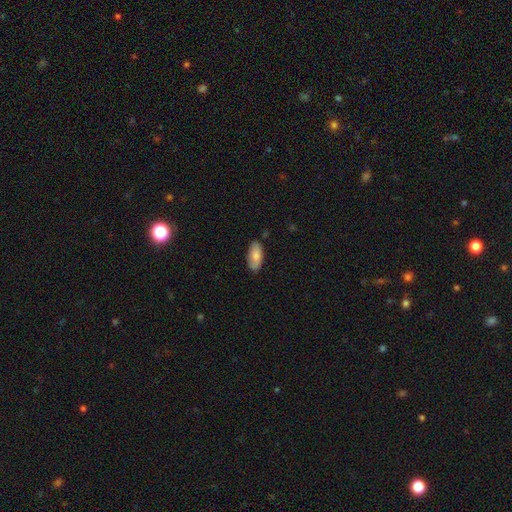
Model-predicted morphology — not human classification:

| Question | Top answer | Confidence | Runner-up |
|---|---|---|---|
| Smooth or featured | smooth | 79% | featured or disk (15%) |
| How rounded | in between | 91% | cigar-shaped (7%) |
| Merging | none | 82% | minor disturbance (14%) |